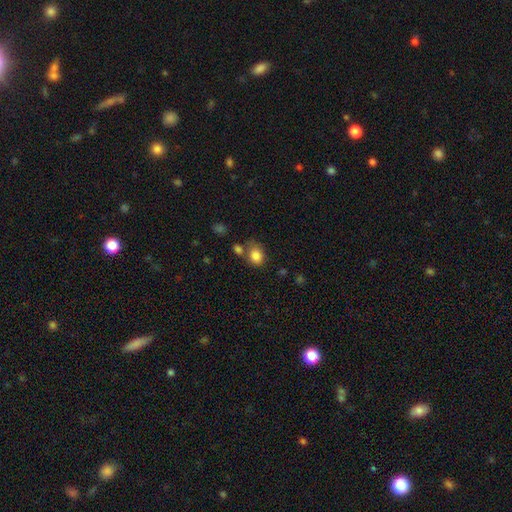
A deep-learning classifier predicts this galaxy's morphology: Smooth or featured: smooth — 85% (star or artifact — 9%)
How rounded: round — 51% (in between — 48%)
Merging: none — 55% (merger — 21%)